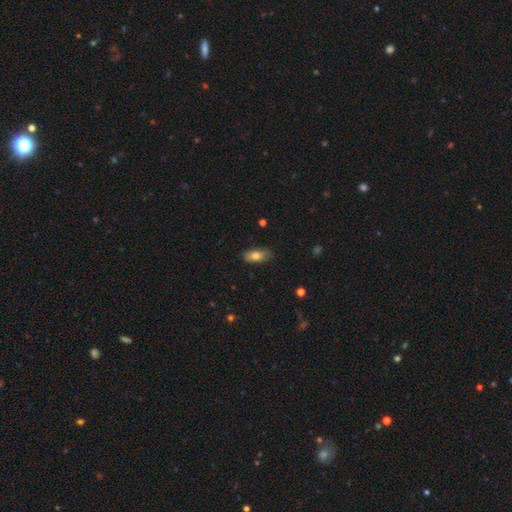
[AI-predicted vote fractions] smooth 74%, featured or disk 19%, star or artifact 7%. Down the decision tree: how rounded — in between (83%); merging — none (79%).